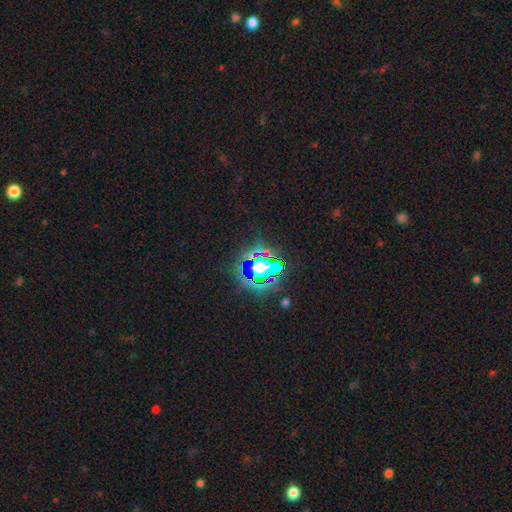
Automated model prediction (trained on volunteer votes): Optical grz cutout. It shows a star or artifact, not a galaxy (81%).